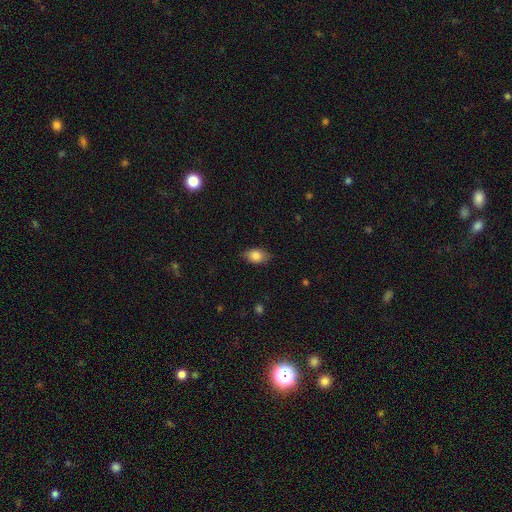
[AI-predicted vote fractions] Smooth or featured? Predicted: smooth (p=0.82). How rounded? Predicted: in between (p=0.85). Merging? Predicted: none (p=0.77).